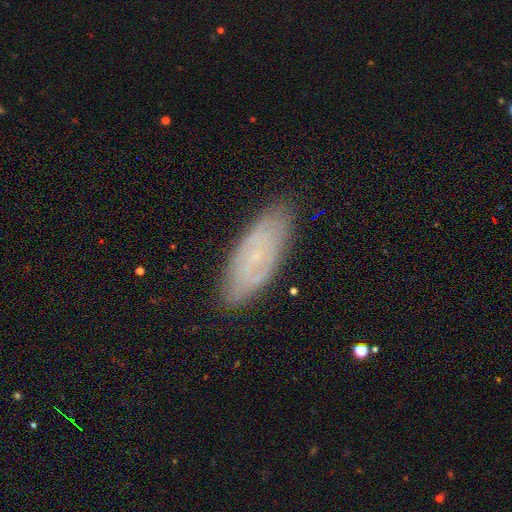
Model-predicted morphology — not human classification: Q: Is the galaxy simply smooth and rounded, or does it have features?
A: featured or disk — 58%.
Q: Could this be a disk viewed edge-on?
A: no — 85%.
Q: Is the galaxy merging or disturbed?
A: none — 84%.